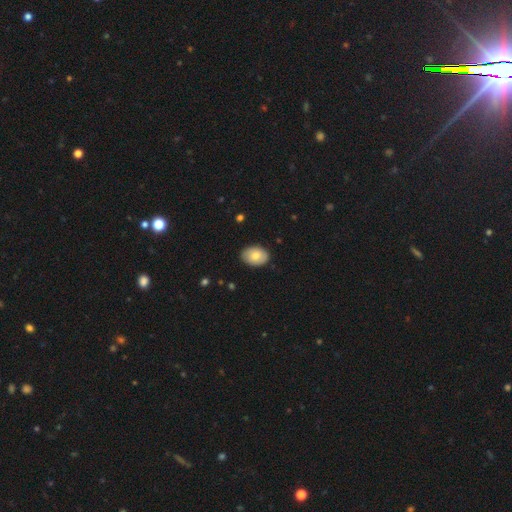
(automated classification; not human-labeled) Q: Smooth or featured?
A: smooth (78%); runner-up: featured or disk (15%)
Q: How rounded?
A: in between (83%); runner-up: round (16%)
Q: Merging?
A: none (87%); runner-up: minor disturbance (10%)